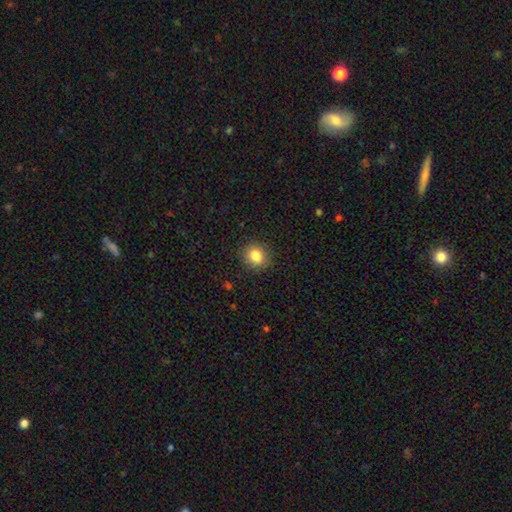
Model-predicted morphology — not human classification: Overall: smooth (84%). How rounded: round (74%). Merging: none (87%).